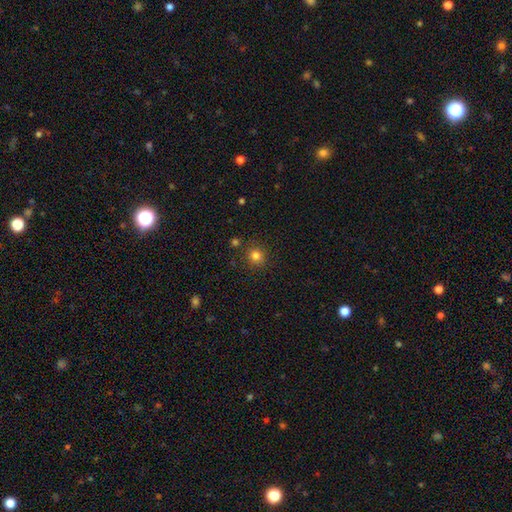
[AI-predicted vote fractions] Q: Smooth or featured?
A: smooth (81%); runner-up: star or artifact (14%)
Q: How rounded?
A: round (90%); runner-up: in between (9%)
Q: Merging?
A: none (86%); runner-up: minor disturbance (8%)